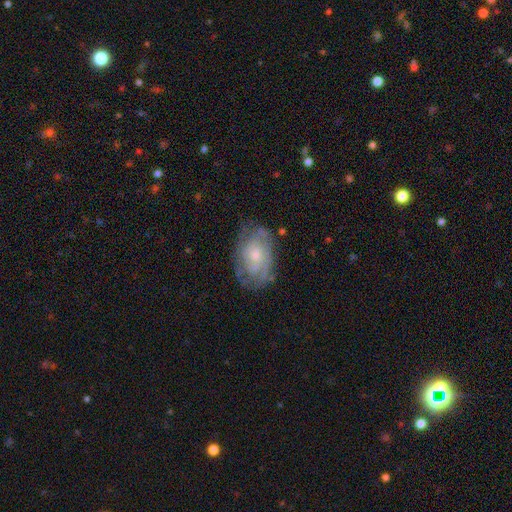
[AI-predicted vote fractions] Smooth or featured?
  - featured or disk: 66% *
  - smooth: 27%
  - star or artifact: 7%
Edge-on disk?
  - no: 96% *
  - yes: 4%
Bar?
  - no: 80% *
  - weak: 18%
  - strong: 2%
Spiral arms?
  - yes: 75% *
  - no: 25%
Bulge size?
  - small: 53% *
  - moderate: 39%
  - none: 4%
  - large: 3%
  - dominant: 1%
Merging?
  - none: 66% *
  - minor disturbance: 23%
  - major disturbance: 10%
  - merger: 2%